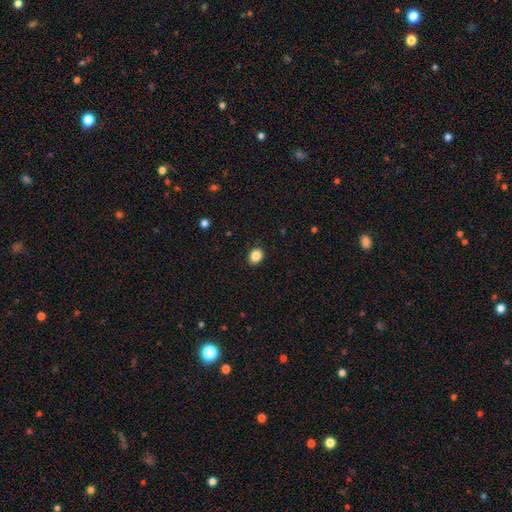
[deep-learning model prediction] Smooth or featured: smooth — 86% (star or artifact — 10%)
How rounded: round — 57% (in between — 42%)
Merging: none — 90% (minor disturbance — 7%)